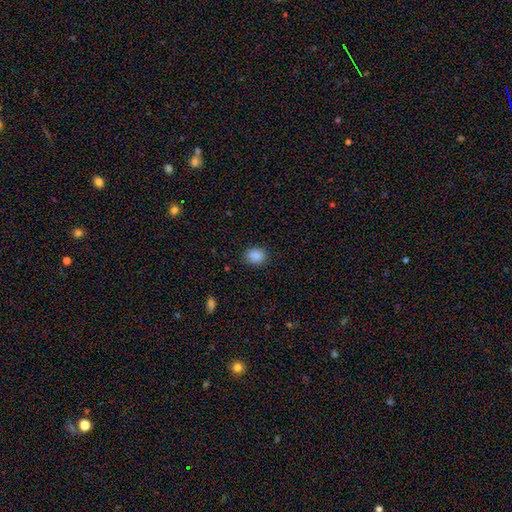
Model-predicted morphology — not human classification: A smooth galaxy with no disk features (88%) that is round (51%).

Vote fractions:
- Smooth or featured? smooth: 88% / star or artifact: 9% / featured or disk: 3%
- How rounded? round: 51% / in between: 48% / cigar-shaped: 1%
- Merging? none: 84% / minor disturbance: 12% / major disturbance: 3% / merger: 1%